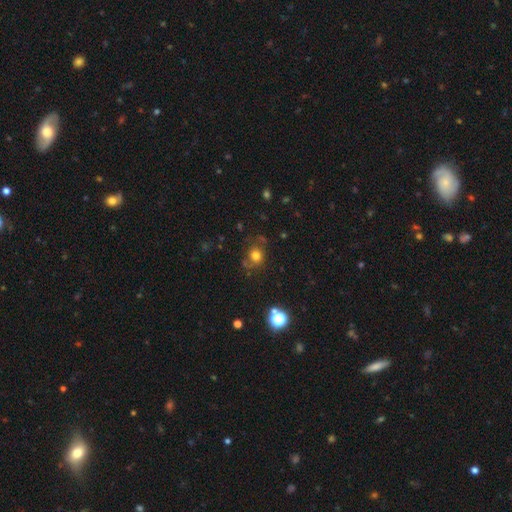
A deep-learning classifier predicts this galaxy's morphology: smooth_or_featured: smooth (p=0.73) [alt: star or artifact p=0.18]
how_rounded: round (p=0.84) [alt: in between p=0.15]
merging: none (p=0.71) [alt: minor disturbance p=0.16]